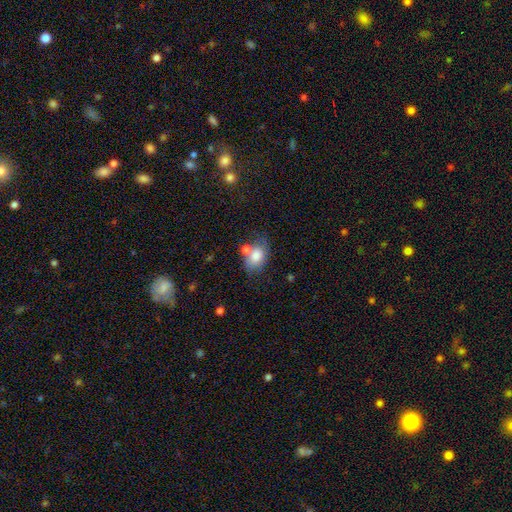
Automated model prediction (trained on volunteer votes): smooth_or_featured: smooth (p=0.76) [alt: featured or disk p=0.16]
how_rounded: in between (p=0.75) [alt: round p=0.24]
merging: none (p=0.46) [alt: merger p=0.23]